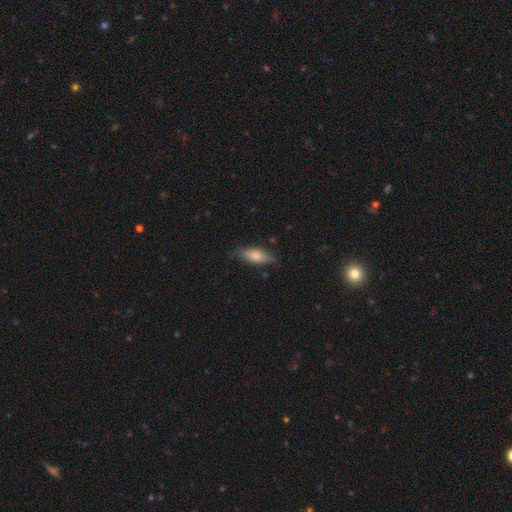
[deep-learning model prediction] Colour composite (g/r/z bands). It shows a smooth galaxy with no disk features (71%) that is in between round and cigar-shaped (67%). Merging: none (73%).